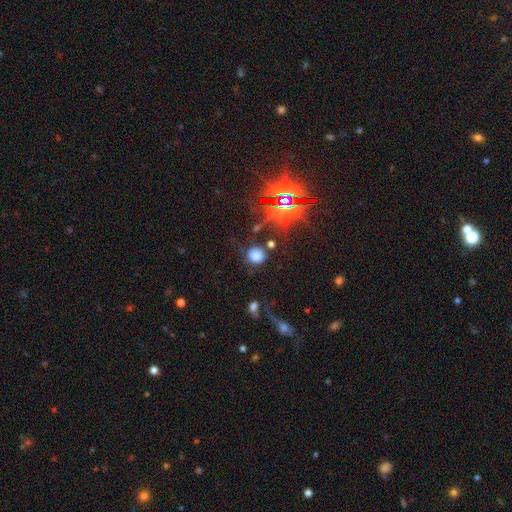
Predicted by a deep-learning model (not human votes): Q: Smooth or featured?
A: smooth (68%); runner-up: star or artifact (24%)
Q: How rounded?
A: round (87%); runner-up: in between (11%)
Q: Merging?
A: none (73%); runner-up: minor disturbance (13%)